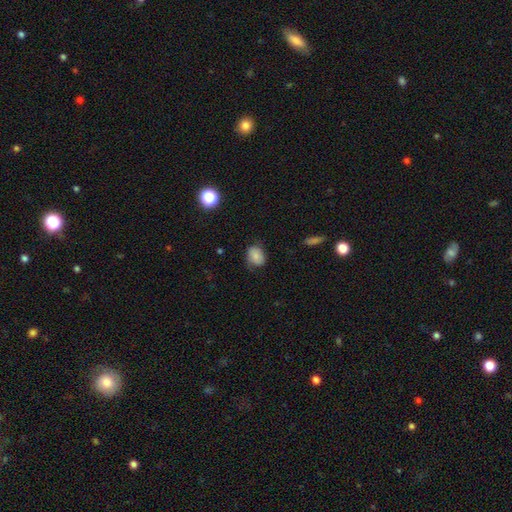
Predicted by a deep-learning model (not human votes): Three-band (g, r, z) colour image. It shows a smooth galaxy with no disk features (76%) that is in between round and cigar-shaped (60%). Merging: none (65%).